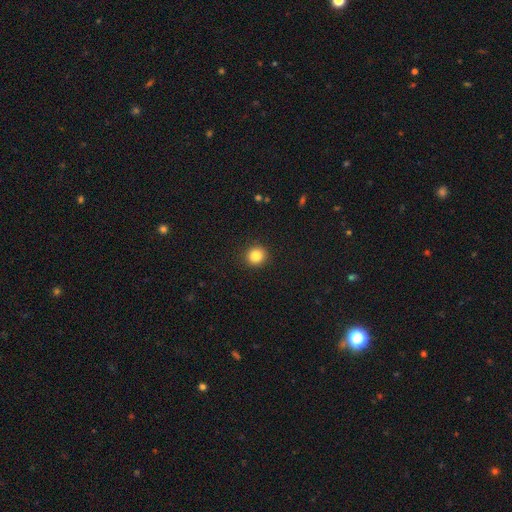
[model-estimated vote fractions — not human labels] smooth-or-featured: smooth: 84% | star or artifact: 11% | featured or disk: 5%
  how-rounded: round: 91% | in between: 8% | cigar-shaped: 1%
  merging: none: 92% | minor disturbance: 5% | major disturbance: 2% | merger: 1%